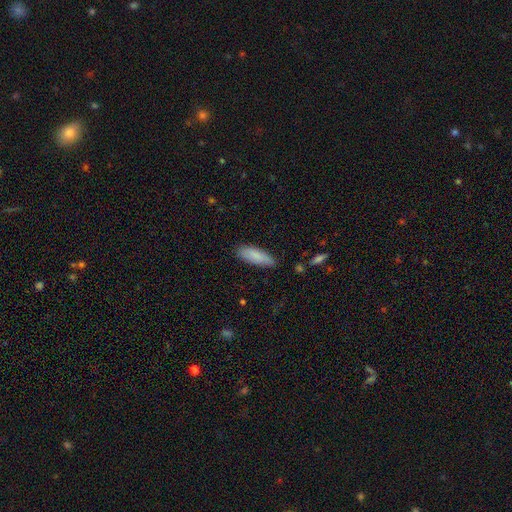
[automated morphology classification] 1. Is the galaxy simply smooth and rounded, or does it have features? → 86% smooth, 8% featured or disk, 6% star or artifact.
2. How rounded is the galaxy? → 58% in between, 40% cigar-shaped, 1% round.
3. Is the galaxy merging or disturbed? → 82% none, 14% minor disturbance, 2% major disturbance, 1% merger.